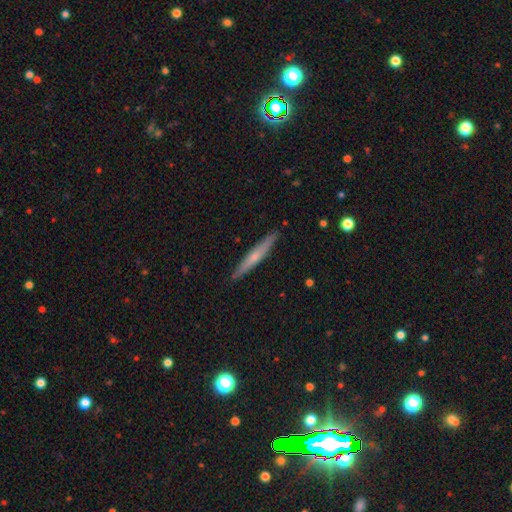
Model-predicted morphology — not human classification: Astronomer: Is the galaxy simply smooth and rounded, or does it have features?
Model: featured or disk — 49% (runner-up: smooth, 45%).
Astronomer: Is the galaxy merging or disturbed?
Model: none — 90%.